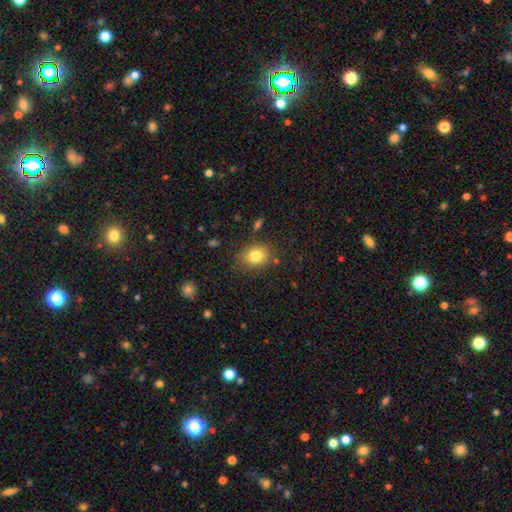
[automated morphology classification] A smooth galaxy with no disk features (82%) that is in between round and cigar-shaped (58%).

Vote fractions:
- Smooth or featured? smooth: 82% / star or artifact: 10% / featured or disk: 9%
- How rounded? in between: 58% / round: 41% / cigar-shaped: 1%
- Merging? none: 80% / minor disturbance: 13% / major disturbance: 4% / merger: 3%